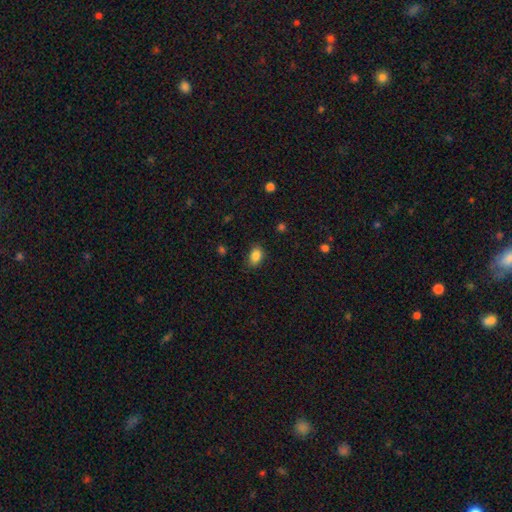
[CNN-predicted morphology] A smooth galaxy with no disk features (86%) that is in between round and cigar-shaped (84%). Merging: none (81%).